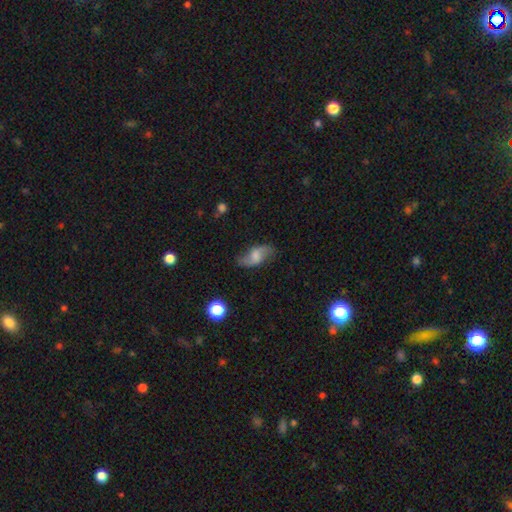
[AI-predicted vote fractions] This appears to be a featured or disk galaxy (61%) with a weak bar (48%), 2 (90%) loose (78%) spiral arms (89%) and no central bulge (31%). Merging: none (71%).